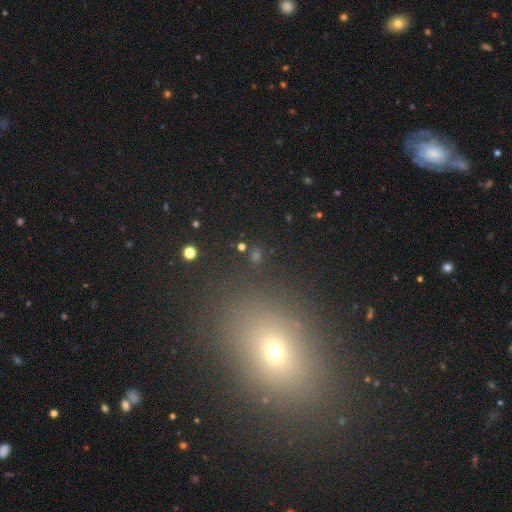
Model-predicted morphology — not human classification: Smooth or featured: smooth — 46% (star or artifact — 42%)
Merging: none — 77% (minor disturbance — 10%)